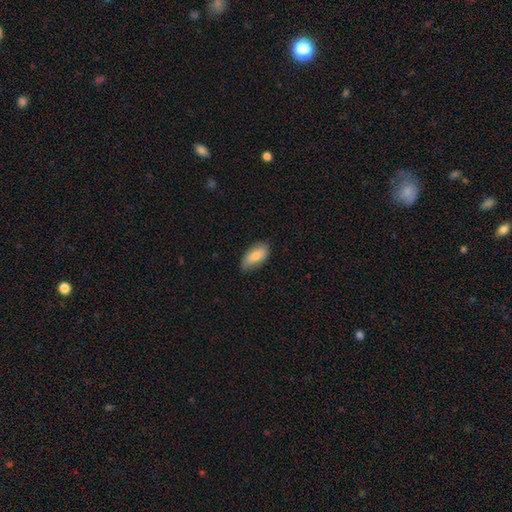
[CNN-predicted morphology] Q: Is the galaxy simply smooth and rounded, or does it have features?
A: smooth — 78%.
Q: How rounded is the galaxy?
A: in between — 92%.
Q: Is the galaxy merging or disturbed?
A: none — 75%.